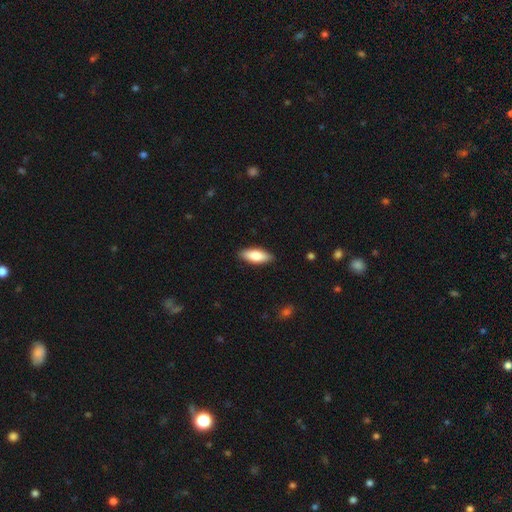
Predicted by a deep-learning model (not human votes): A smooth galaxy with no disk features (81%) that is in between round and cigar-shaped (76%). Merging: none (88%).